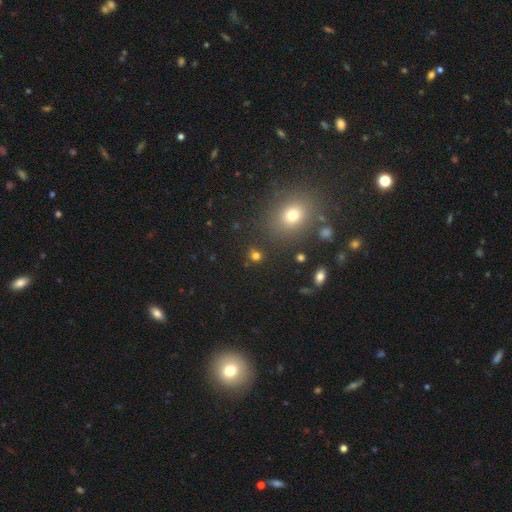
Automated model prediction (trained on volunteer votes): smooth_or_featured: smooth (p=0.72) [alt: star or artifact p=0.22]
how_rounded: round (p=0.78) [alt: in between p=0.21]
merging: none (p=0.79) [alt: minor disturbance p=0.09]